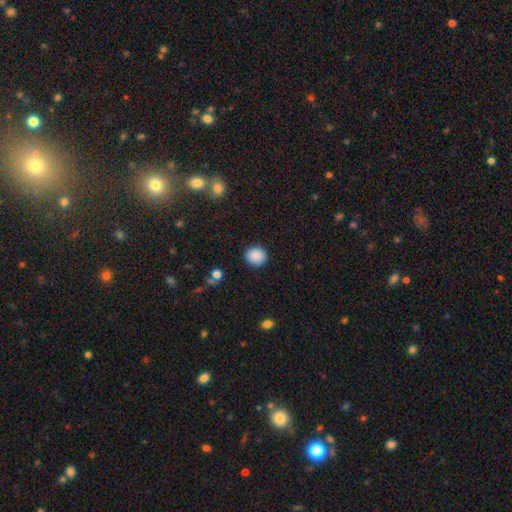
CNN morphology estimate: Smooth or featured? smooth (88%)
How rounded? round (90%)
Merging? none (90%)